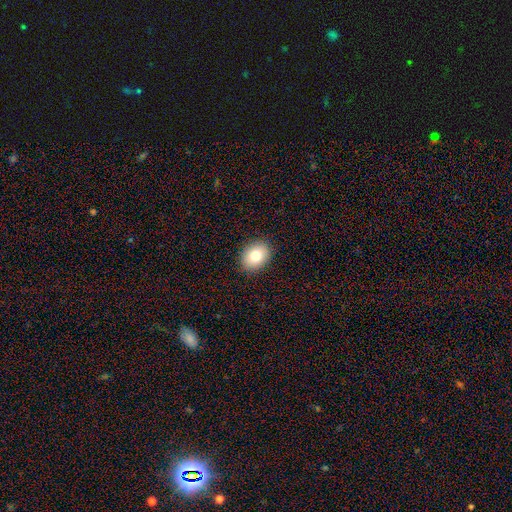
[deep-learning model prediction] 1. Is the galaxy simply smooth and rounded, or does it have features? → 80% smooth, 11% featured or disk, 9% star or artifact.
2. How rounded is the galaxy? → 64% in between, 36% round, 1% cigar-shaped.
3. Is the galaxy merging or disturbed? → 90% none, 7% minor disturbance, 2% major disturbance, 1% merger.